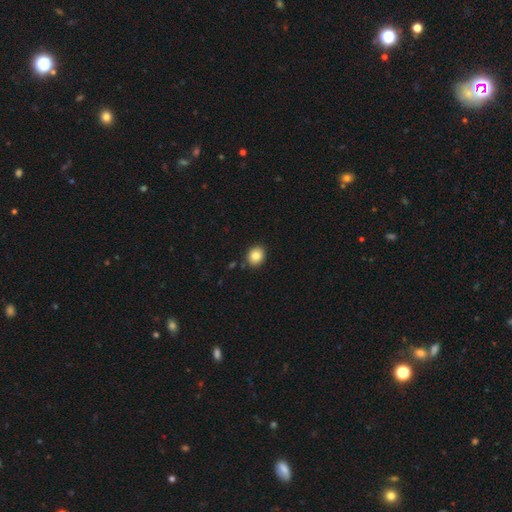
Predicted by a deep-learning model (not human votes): Smooth or featured: smooth — 84% (star or artifact — 9%)
How rounded: round — 67% (in between — 32%)
Merging: none — 89% (minor disturbance — 7%)